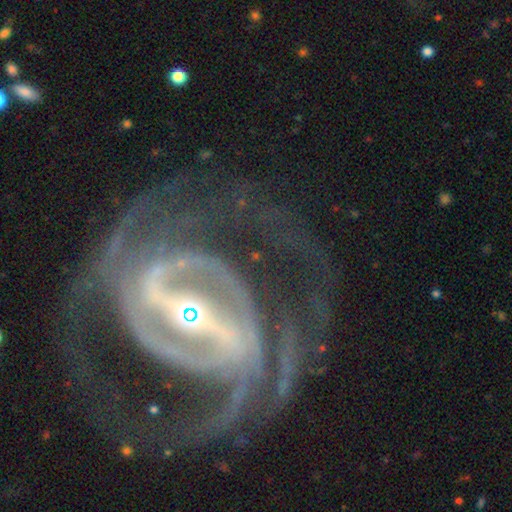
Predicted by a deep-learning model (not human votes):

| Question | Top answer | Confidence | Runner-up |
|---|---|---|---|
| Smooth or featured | featured or disk | 93% | star or artifact (4%) |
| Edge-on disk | no | 96% | yes (4%) |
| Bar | strong | 84% | weak (12%) |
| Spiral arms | yes | 97% | no (3%) |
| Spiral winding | tight | 44% | tied: medium (44%) |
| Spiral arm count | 2 | 50% | 3 (16%) |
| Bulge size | small | 70% | moderate (25%) |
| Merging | none | 66% | major disturbance (19%) |